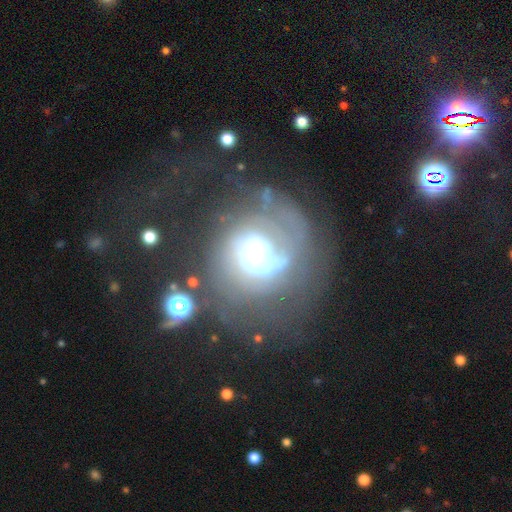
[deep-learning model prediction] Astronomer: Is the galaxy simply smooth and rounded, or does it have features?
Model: featured or disk — 77%.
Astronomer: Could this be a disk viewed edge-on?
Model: no — 98%.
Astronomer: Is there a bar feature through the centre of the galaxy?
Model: no — 53% (runner-up: weak, 32%).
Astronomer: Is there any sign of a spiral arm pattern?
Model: yes — 86%.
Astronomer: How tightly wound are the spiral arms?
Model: tight — 40% (runner-up: medium, 37%).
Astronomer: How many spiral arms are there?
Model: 2 — 38% (runner-up: 1, 24%).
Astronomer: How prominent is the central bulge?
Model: large — 46% (runner-up: moderate, 28%).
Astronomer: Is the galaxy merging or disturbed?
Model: none — 45% (runner-up: major disturbance, 33%).